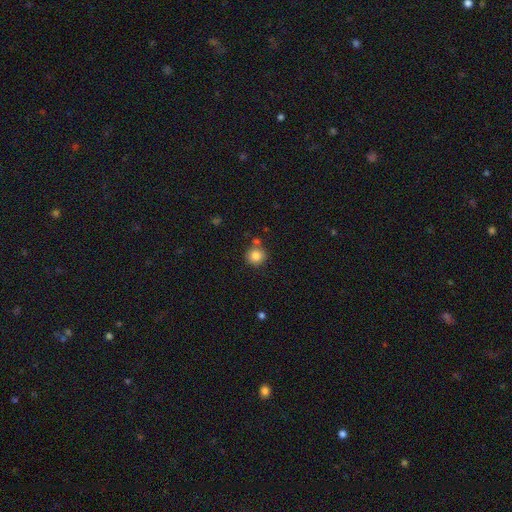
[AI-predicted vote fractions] smooth-or-featured: smooth: 83% | star or artifact: 10% | featured or disk: 7%
  how-rounded: round: 91% | in between: 8% | cigar-shaped: 1%
  merging: none: 75% | merger: 12% | minor disturbance: 10% | major disturbance: 3%